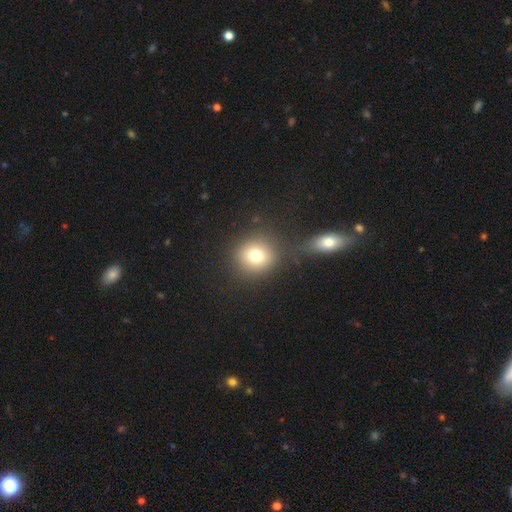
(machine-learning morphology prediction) Smooth or featured? smooth (76%)
How rounded? round (87%)
Merging? none (76%)